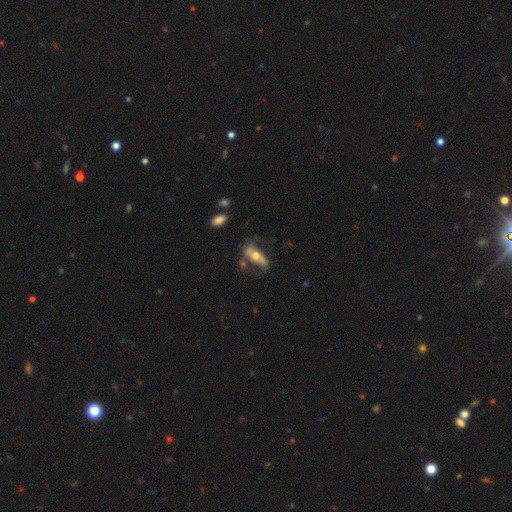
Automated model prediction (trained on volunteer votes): Overall: featured or disk (62%; smooth 31%). Edge-on disk: no (74%). Merging: none (55%; minor disturbance 23%).